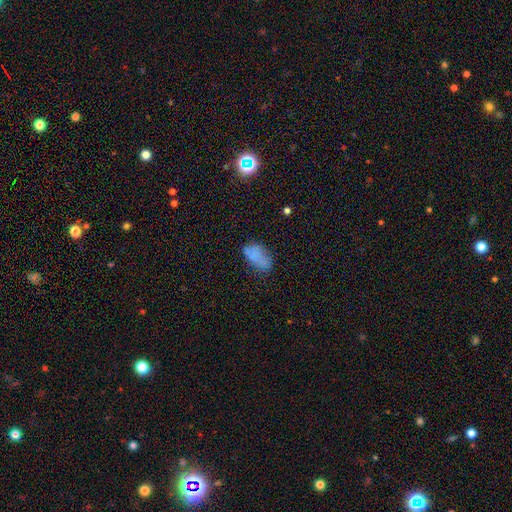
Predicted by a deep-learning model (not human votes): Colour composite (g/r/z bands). It shows a smooth galaxy with no disk features (70%) that is in between round and cigar-shaped (92%). Merging: none (56%).